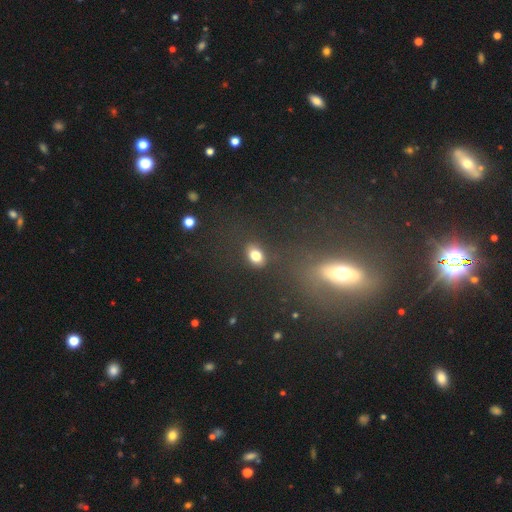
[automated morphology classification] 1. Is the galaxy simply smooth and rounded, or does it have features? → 80% smooth, 11% star or artifact, 8% featured or disk.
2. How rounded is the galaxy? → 76% in between, 22% round, 2% cigar-shaped.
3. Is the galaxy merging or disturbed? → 81% none, 12% minor disturbance, 4% major disturbance, 3% merger.